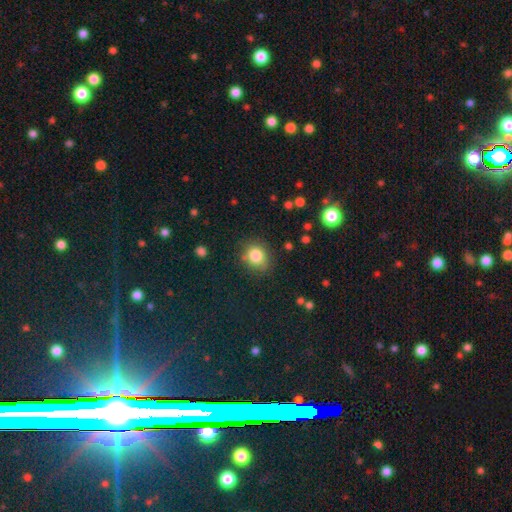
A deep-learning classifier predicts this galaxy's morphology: This is clearly a smooth galaxy (83%). How rounded: likely round (70%). Merging: likely none (76%).